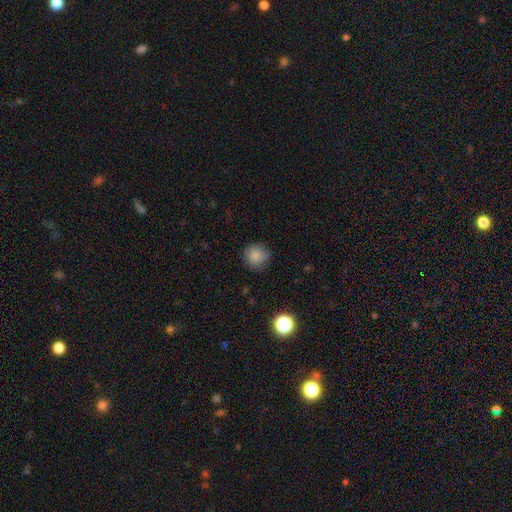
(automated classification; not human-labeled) smooth_or_featured: smooth (p=0.84) [alt: star or artifact p=0.10]
how_rounded: round (p=0.90) [alt: in between p=0.09]
merging: none (p=0.79) [alt: minor disturbance p=0.16]